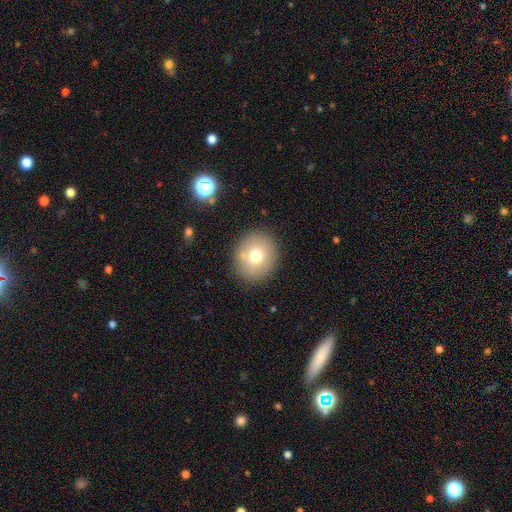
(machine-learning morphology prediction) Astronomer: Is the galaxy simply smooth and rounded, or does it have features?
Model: smooth — 72%.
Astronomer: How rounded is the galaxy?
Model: round — 83%.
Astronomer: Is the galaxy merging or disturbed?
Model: none — 85%.